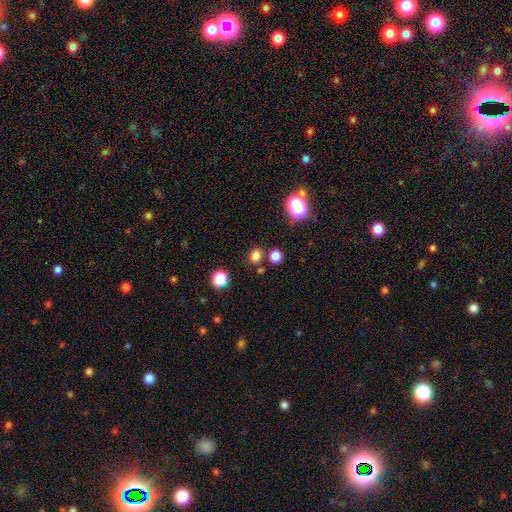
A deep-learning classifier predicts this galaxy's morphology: type=smooth (77%); roundness=round (65%); merging=none (78%).